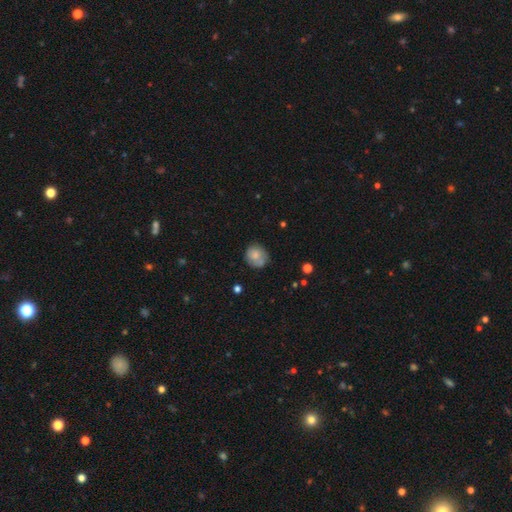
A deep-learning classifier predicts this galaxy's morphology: The model was most divided on "merging": none: 68%, minor disturbance: 22%, major disturbance: 5%, merger: 4%. More confident: how rounded — round (79%); smooth or featured — smooth (74%).